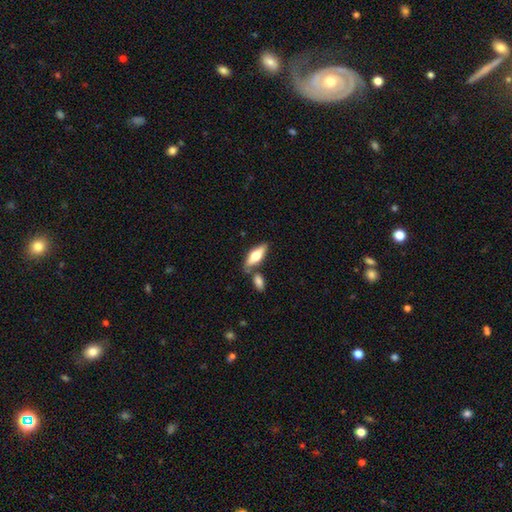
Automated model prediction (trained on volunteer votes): This is possibly a smooth galaxy (57%). How rounded: possibly in between (60%). Merging: likely none (68%).